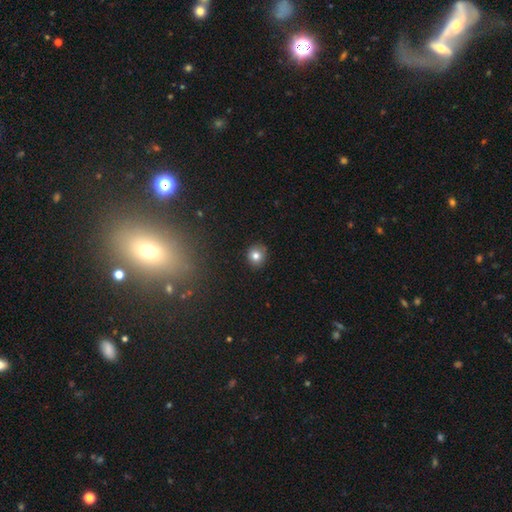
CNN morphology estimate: Q: Smooth or featured?
A: smooth (80%); runner-up: star or artifact (11%)
Q: How rounded?
A: round (82%); runner-up: in between (17%)
Q: Merging?
A: none (87%); runner-up: minor disturbance (10%)